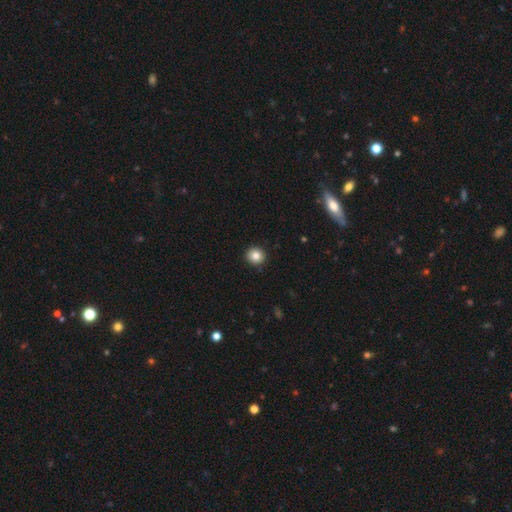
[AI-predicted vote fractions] smooth_or_featured: smooth (p=0.84) [alt: star or artifact p=0.10]
how_rounded: round (p=0.93) [alt: in between p=0.06]
merging: none (p=0.92) [alt: minor disturbance p=0.05]